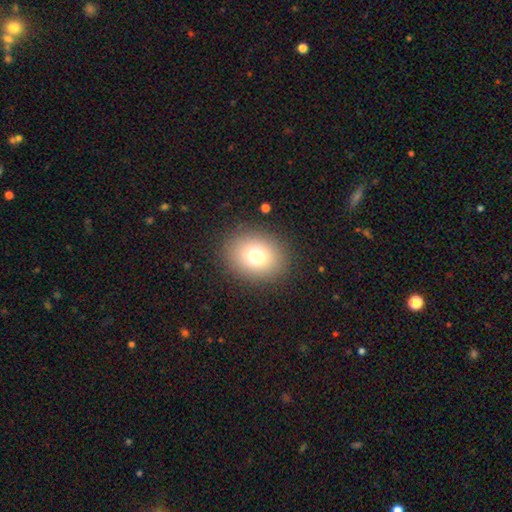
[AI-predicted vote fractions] Q: Smooth or featured?
A: smooth (74%); runner-up: star or artifact (14%)
Q: How rounded?
A: round (62%); runner-up: in between (37%)
Q: Merging?
A: none (88%); runner-up: minor disturbance (7%)